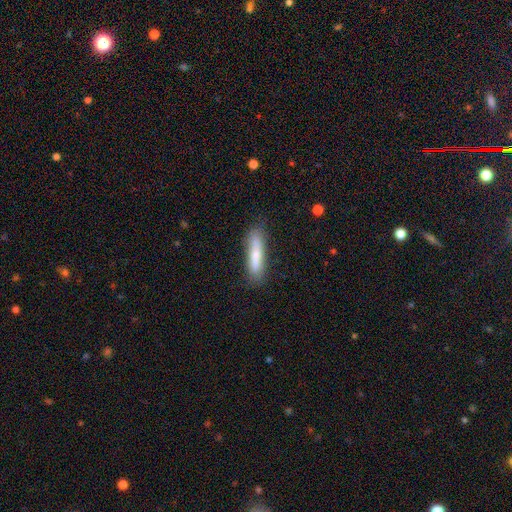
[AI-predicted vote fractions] This appears to be a smooth galaxy with no disk features (72%) that is cigar-shaped (82%). Merging: none (78%).